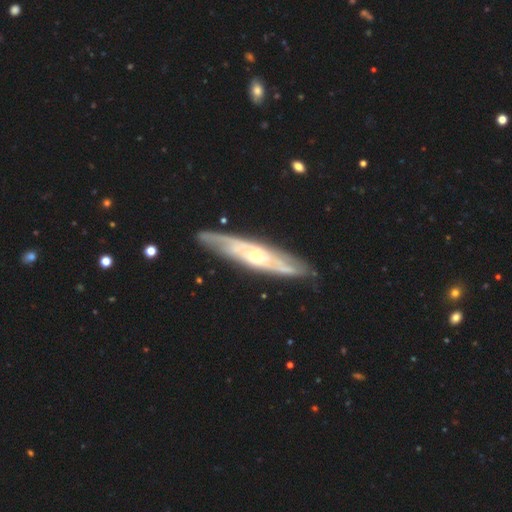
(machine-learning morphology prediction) smooth_or_featured: featured or disk (p=0.80) [alt: smooth p=0.15]
disk_edge_on: no (p=0.50) [tied with: yes p=0.50]
merging: none (p=0.82) [alt: minor disturbance p=0.13]